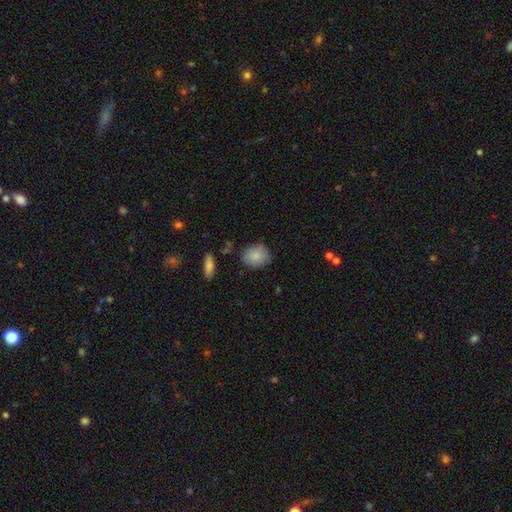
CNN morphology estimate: This is clearly a smooth galaxy (85%). How rounded: possibly round (54%). Merging: likely none (78%).